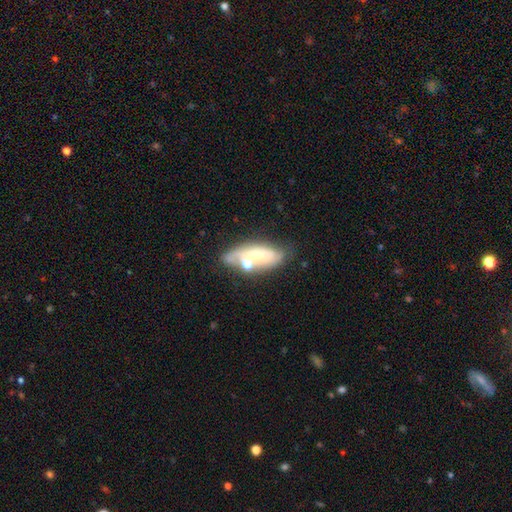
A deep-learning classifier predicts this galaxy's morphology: A featured or disk galaxy (48%). Merging: none (48%).